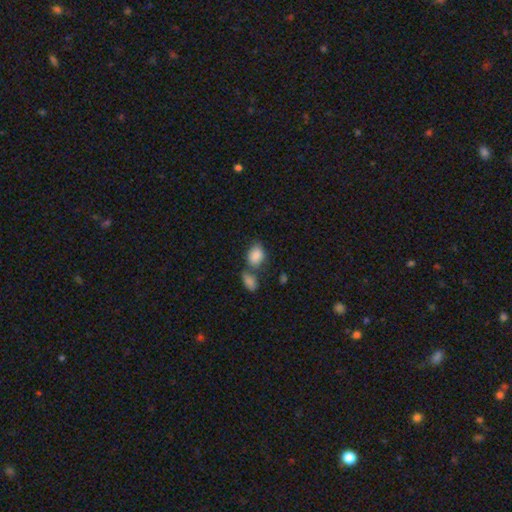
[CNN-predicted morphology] Smooth or featured? Predicted: smooth (p=0.87). How rounded? Predicted: in between (p=0.82). Merging? Predicted: none (p=0.43).